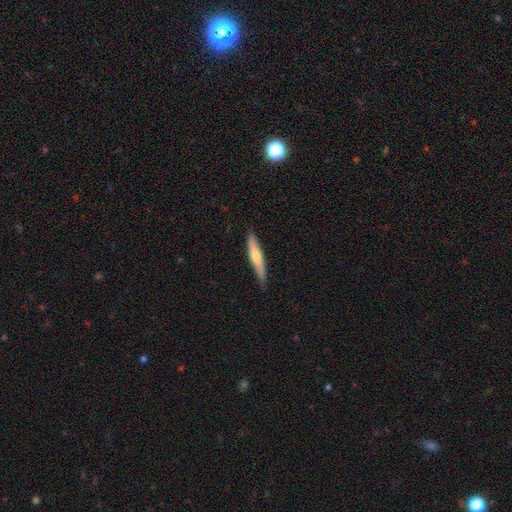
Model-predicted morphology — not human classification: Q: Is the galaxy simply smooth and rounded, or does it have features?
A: smooth — 51%.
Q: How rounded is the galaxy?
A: cigar-shaped — 89%.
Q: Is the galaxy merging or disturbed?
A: none — 86%.